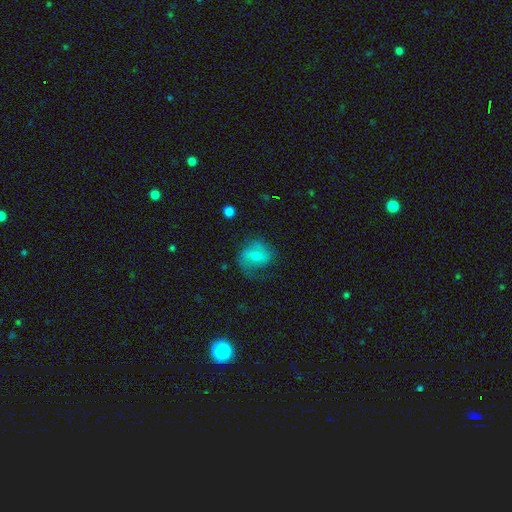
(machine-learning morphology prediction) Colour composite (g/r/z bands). It shows a featured or disk galaxy (51%). Merging: none (57%).